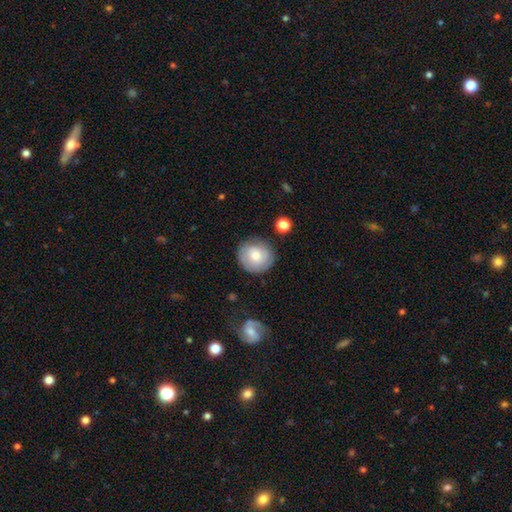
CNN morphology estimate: This is likely a smooth galaxy (68%). How rounded: clearly round (90%). Merging: clearly none (81%).